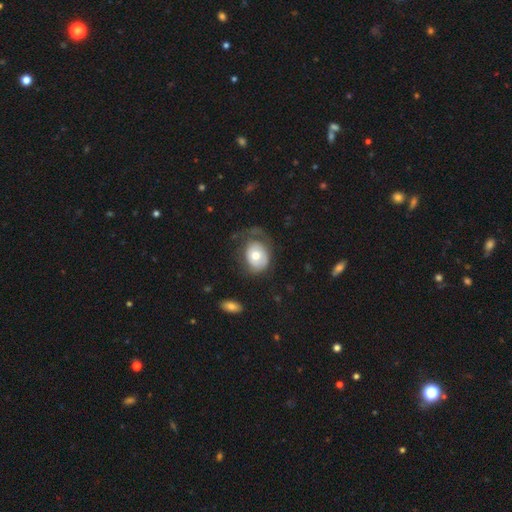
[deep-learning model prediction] The model was most divided on "merging" (2-way tie): major disturbance: 37%, none: 37%, minor disturbance: 24%, merger: 2%. Remaining: smooth or featured — smooth (54%); how rounded — round (50%).